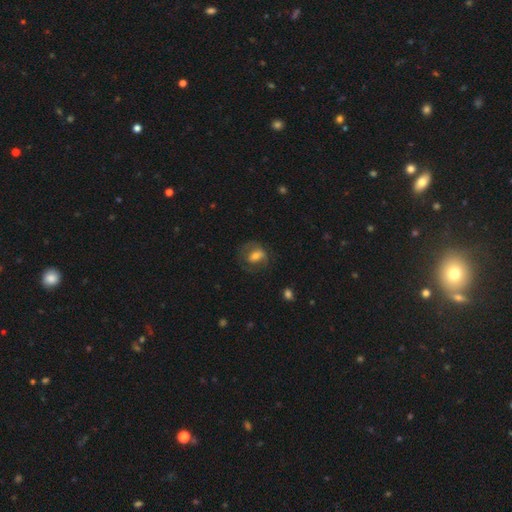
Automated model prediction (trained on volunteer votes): Smooth or featured? smooth (52%)
How rounded? in between (57%)
Merging? none (57%)